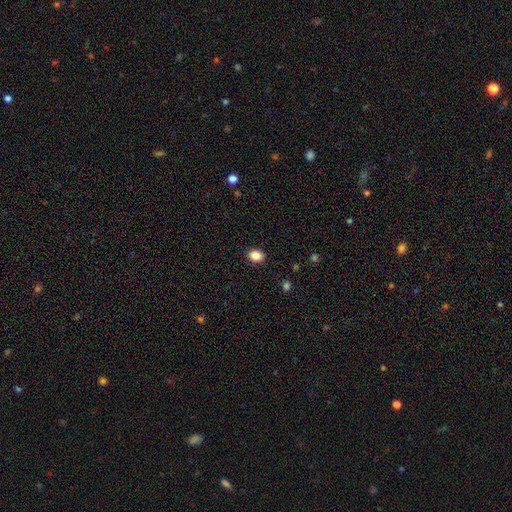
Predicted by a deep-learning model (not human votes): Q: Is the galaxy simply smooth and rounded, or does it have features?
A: smooth — 86%.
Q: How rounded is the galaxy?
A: round — 54%.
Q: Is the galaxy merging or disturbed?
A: none — 90%.